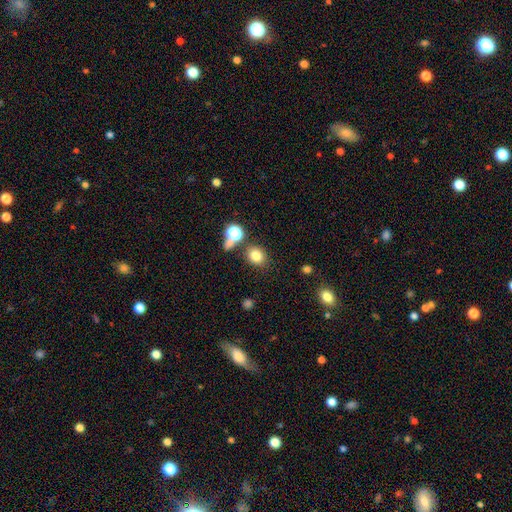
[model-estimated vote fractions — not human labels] Morphology: type=smooth (79%); roundness=round (61%); merging=none (77%).